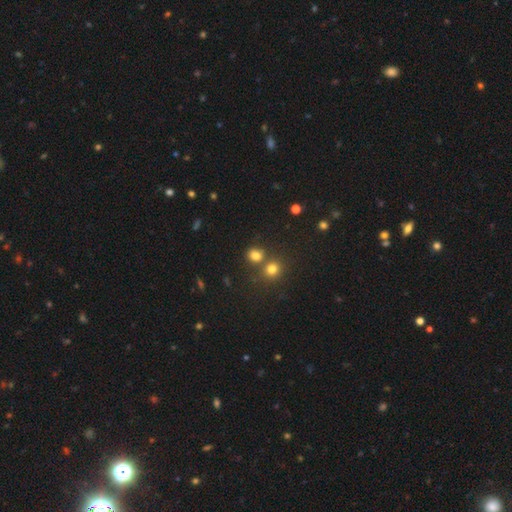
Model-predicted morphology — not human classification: Smooth or featured?
  - smooth: 77% *
  - star or artifact: 16%
  - featured or disk: 7%
How rounded?
  - round: 71% *
  - in between: 28%
  - cigar-shaped: 1%
Merging?
  - none: 61% *
  - merger: 26%
  - minor disturbance: 9%
  - major disturbance: 3%